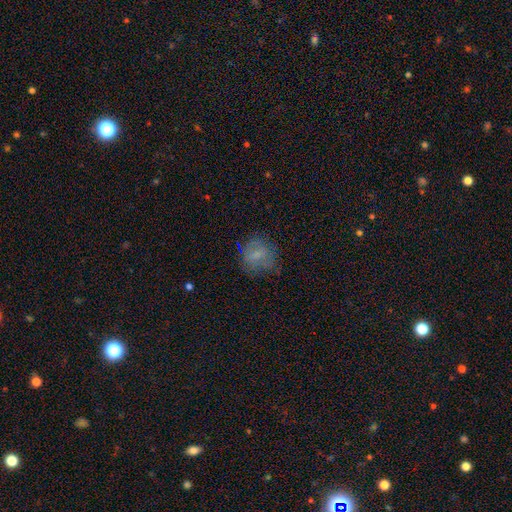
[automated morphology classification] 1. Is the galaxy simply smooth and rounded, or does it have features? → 64% smooth, 24% featured or disk, 12% star or artifact.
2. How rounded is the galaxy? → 75% round, 23% in between, 1% cigar-shaped.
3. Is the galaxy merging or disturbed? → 64% none, 21% minor disturbance, 13% major disturbance, 2% merger.